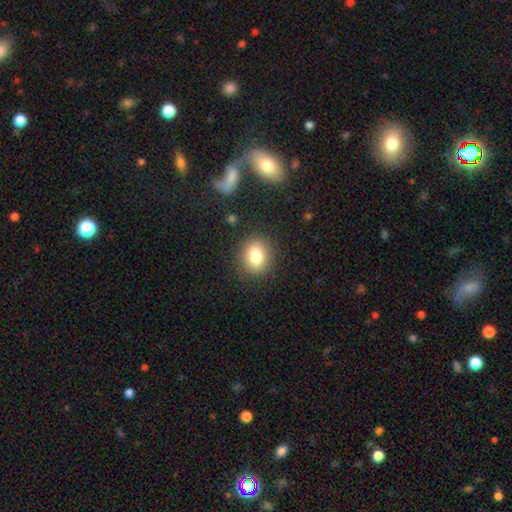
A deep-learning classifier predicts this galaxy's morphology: Q: Smooth or featured?
A: smooth (80%); runner-up: star or artifact (11%)
Q: How rounded?
A: round (63%); runner-up: in between (36%)
Q: Merging?
A: none (87%); runner-up: minor disturbance (8%)